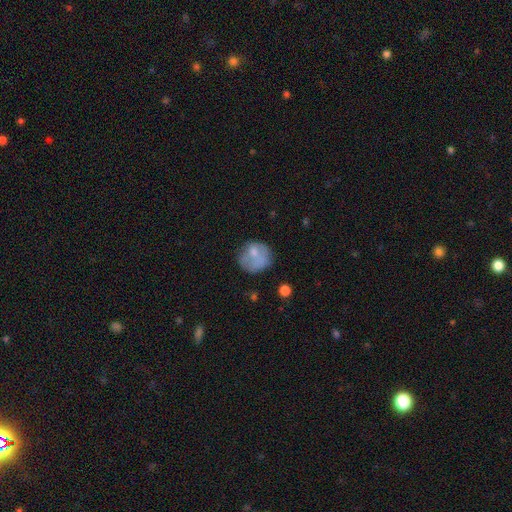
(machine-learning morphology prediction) A smooth galaxy with no disk features (67%) that is round (78%). Merging: none (52%).